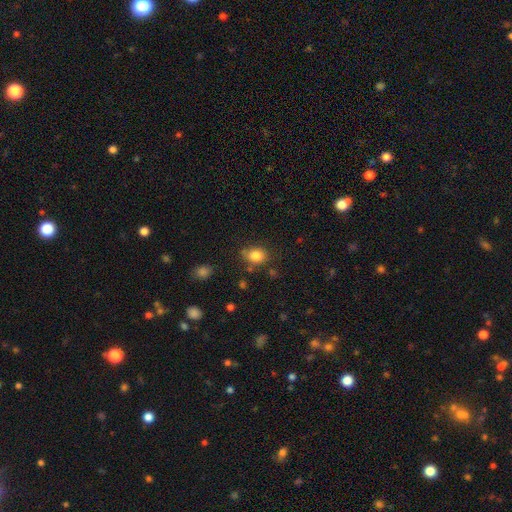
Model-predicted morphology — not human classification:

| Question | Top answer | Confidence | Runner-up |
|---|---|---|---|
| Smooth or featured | smooth | 83% | star or artifact (10%) |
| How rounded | round | 52% | in between (47%) |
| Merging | none | 71% | minor disturbance (18%) |